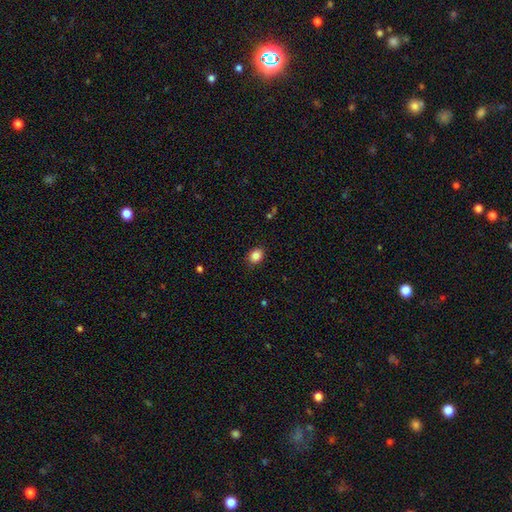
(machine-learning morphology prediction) smooth 85%, star or artifact 10%, featured or disk 5%. Down the decision tree: how rounded — in between (54%); merging — none (88%).